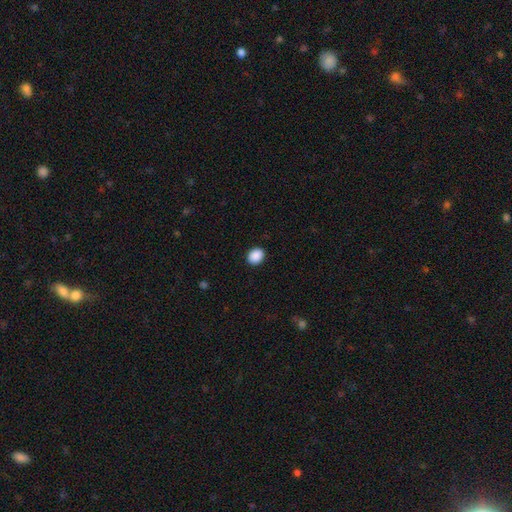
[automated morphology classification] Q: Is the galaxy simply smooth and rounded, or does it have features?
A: smooth — 90%.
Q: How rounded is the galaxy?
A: in between — 50%.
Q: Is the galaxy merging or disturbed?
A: none — 91%.